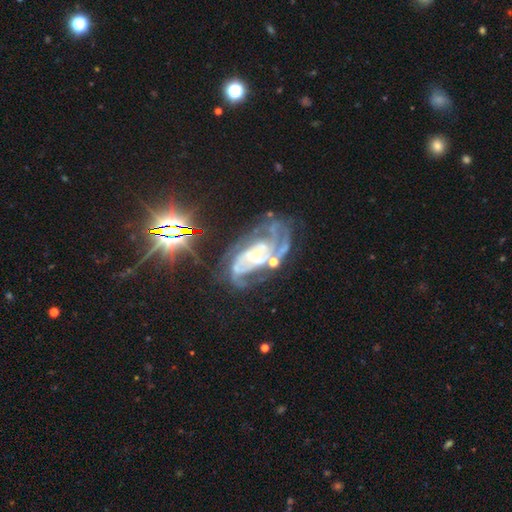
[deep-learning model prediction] Q: Smooth or featured?
A: featured or disk (85%); runner-up: star or artifact (9%)
Q: Edge-on disk?
A: no (96%); runner-up: yes (4%)
Q: Bar?
A: no (64%); runner-up: weak (25%)
Q: Spiral arms?
A: yes (94%); runner-up: no (6%)
Q: Spiral winding?
A: tight (45%); runner-up: medium (41%)
Q: Spiral arm count?
A: 2 (32%); runner-up: can't tell (25%)
Q: Bulge size?
A: small (67%); runner-up: moderate (28%)
Q: Merging?
A: none (46%); runner-up: major disturbance (26%)